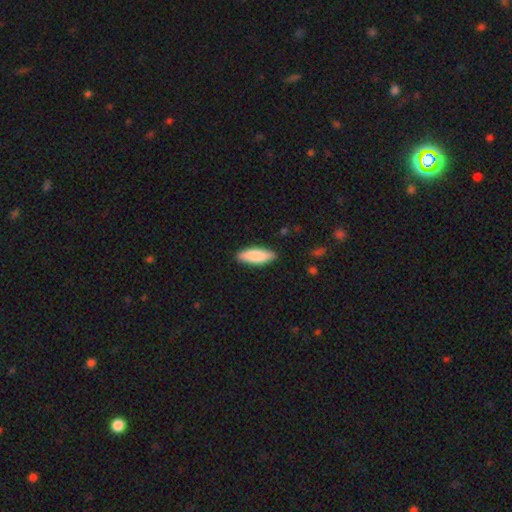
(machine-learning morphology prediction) Overall: smooth (86%). How rounded: in between (65%; cigar-shaped 33%). Merging: none (88%).